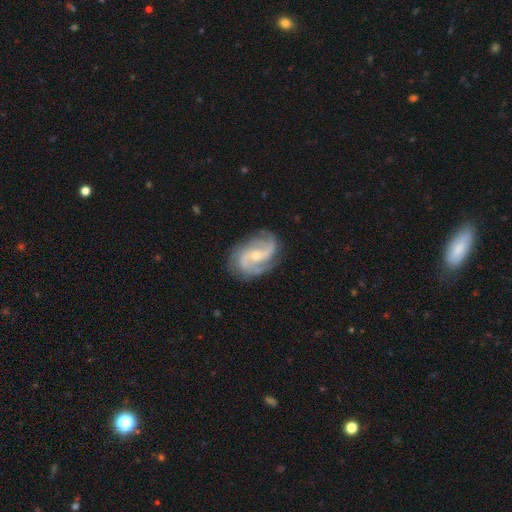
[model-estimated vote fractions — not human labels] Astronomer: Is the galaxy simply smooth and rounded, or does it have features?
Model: featured or disk — 90%.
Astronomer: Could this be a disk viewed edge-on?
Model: no — 97%.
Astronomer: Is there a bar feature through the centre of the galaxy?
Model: no — 45% (runner-up: weak, 38%).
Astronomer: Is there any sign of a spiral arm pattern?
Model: yes — 97%.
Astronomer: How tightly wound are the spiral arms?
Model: medium — 50% (runner-up: loose, 27%).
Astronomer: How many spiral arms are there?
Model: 2 — 56%.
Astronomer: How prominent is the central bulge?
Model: small — 59% (runner-up: moderate, 38%).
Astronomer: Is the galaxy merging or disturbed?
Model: none — 76%.